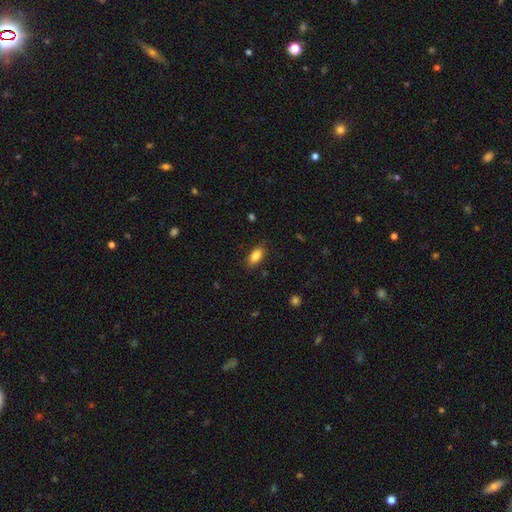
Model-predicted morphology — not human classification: A smooth galaxy with no disk features (86%) that is in between round and cigar-shaped (90%).

Vote fractions:
- Smooth or featured? smooth: 86% / star or artifact: 8% / featured or disk: 7%
- How rounded? in between: 90% / cigar-shaped: 6% / round: 4%
- Merging? none: 86% / minor disturbance: 11% / major disturbance: 3% / merger: 1%